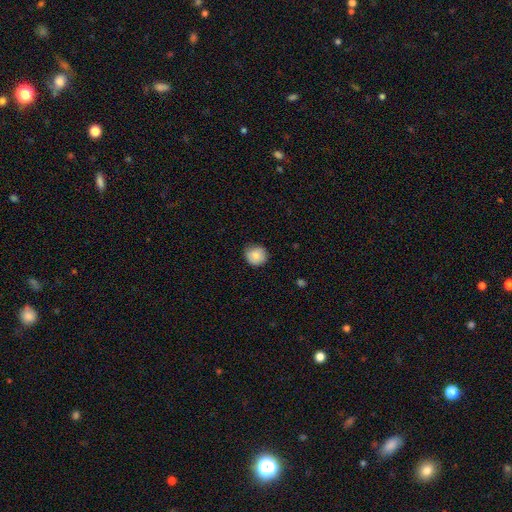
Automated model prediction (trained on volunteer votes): smooth_or_featured: smooth (p=0.81) [alt: featured or disk p=0.11]
how_rounded: round (p=0.90) [alt: in between p=0.09]
merging: none (p=0.82) [alt: minor disturbance p=0.14]